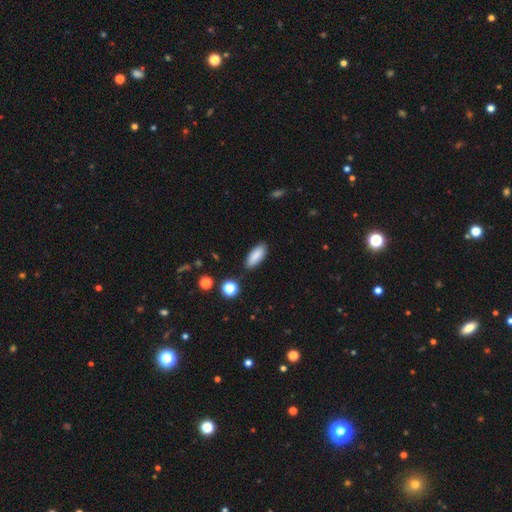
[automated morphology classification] A smooth galaxy with no disk features (88%) that is in between round and cigar-shaped (78%).

Vote fractions:
- Smooth or featured? smooth: 88% / star or artifact: 7% / featured or disk: 5%
- How rounded? in between: 78% / cigar-shaped: 20% / round: 2%
- Merging? none: 86% / minor disturbance: 10% / major disturbance: 2% / merger: 2%